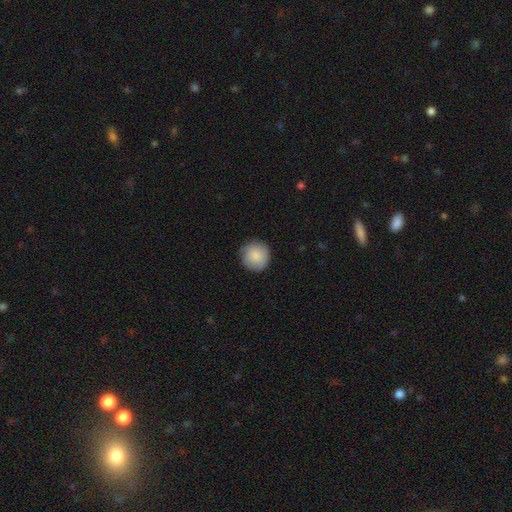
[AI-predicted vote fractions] The model was most divided on "merging": none: 85%, minor disturbance: 12%, major disturbance: 2%, merger: 1%. More confident: how rounded — round (93%); smooth or featured — smooth (85%).